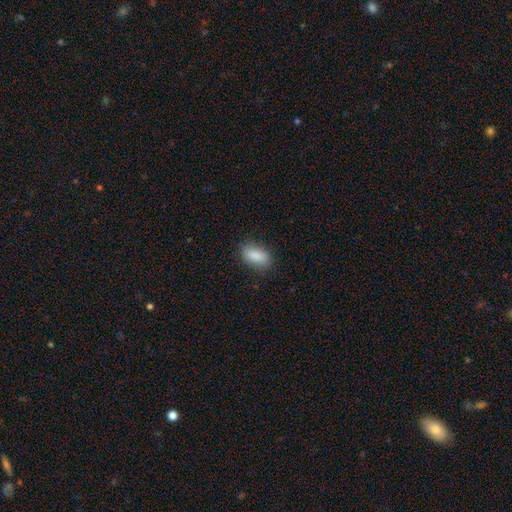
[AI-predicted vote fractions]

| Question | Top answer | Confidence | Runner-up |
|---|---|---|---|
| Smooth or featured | smooth | 87% | star or artifact (7%) |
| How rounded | in between | 87% | cigar-shaped (9%) |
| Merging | none | 83% | minor disturbance (13%) |